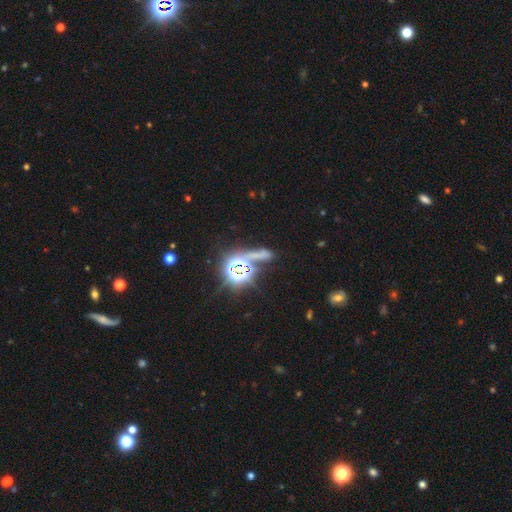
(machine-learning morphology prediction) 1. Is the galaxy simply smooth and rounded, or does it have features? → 66% star or artifact, 22% smooth, 12% featured or disk.